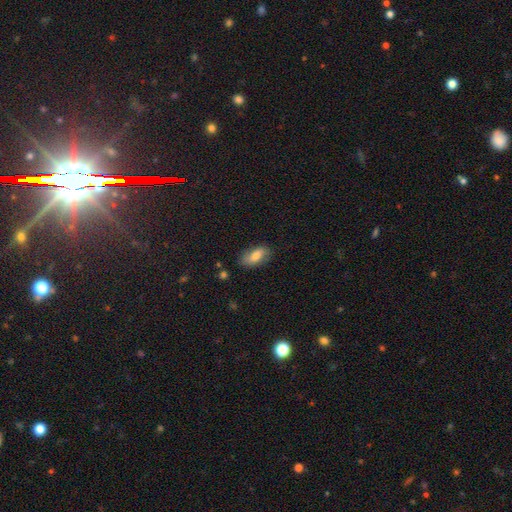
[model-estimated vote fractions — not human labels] Smooth or featured: smooth — 76% (featured or disk — 17%)
How rounded: in between — 87% (cigar-shaped — 9%)
Merging: none — 78% (minor disturbance — 17%)